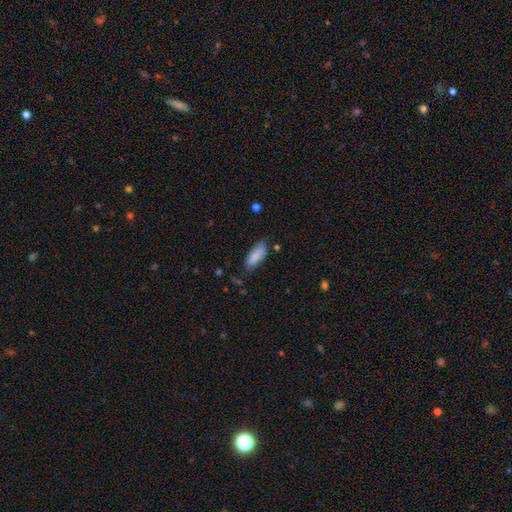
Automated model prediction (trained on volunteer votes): Smooth or featured?
  - smooth: 86% *
  - featured or disk: 8%
  - star or artifact: 6%
How rounded?
  - in between: 75% *
  - cigar-shaped: 23%
  - round: 2%
Merging?
  - none: 70% *
  - minor disturbance: 24%
  - major disturbance: 5%
  - merger: 2%